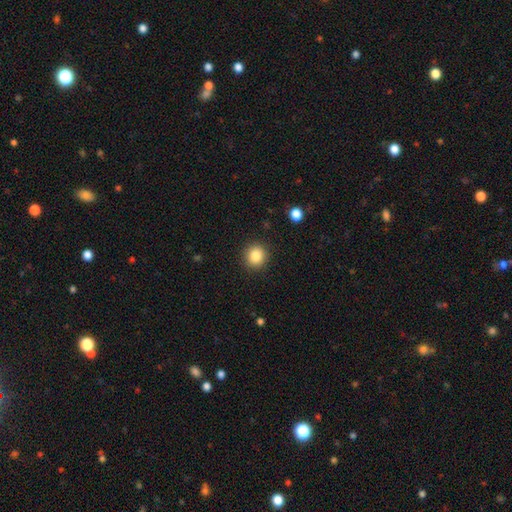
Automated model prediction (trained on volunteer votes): Morphology: type=smooth (85%); roundness=round (91%); merging=none (91%).